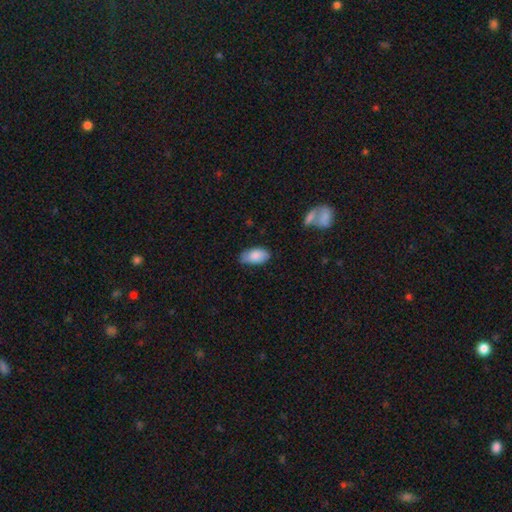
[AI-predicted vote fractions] Overall: smooth (85%). How rounded: in between (94%). Merging: none (71%).